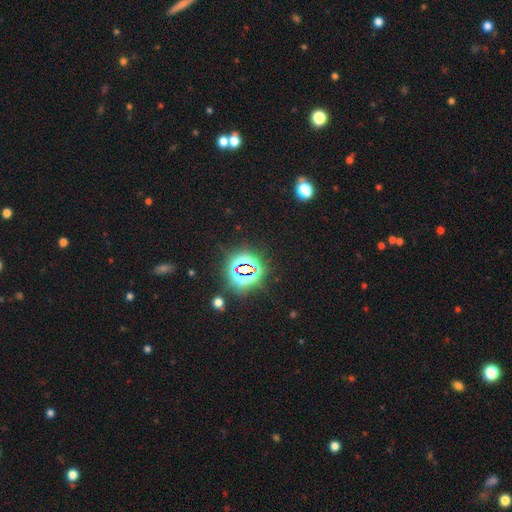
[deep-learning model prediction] Smooth or featured? Predicted: star or artifact (p=0.83).